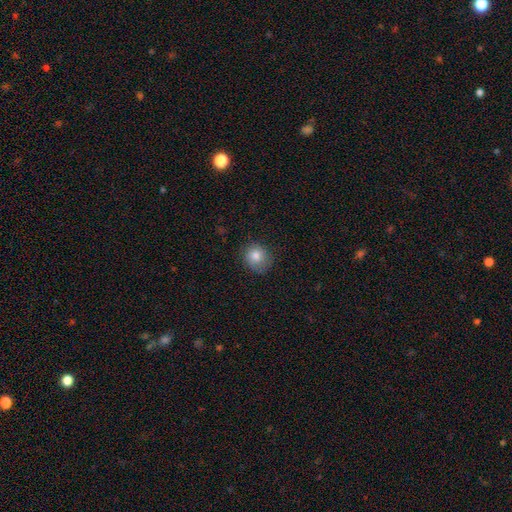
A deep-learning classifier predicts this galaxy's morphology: type=smooth (81%); roundness=round (81%); merging=none (79%).